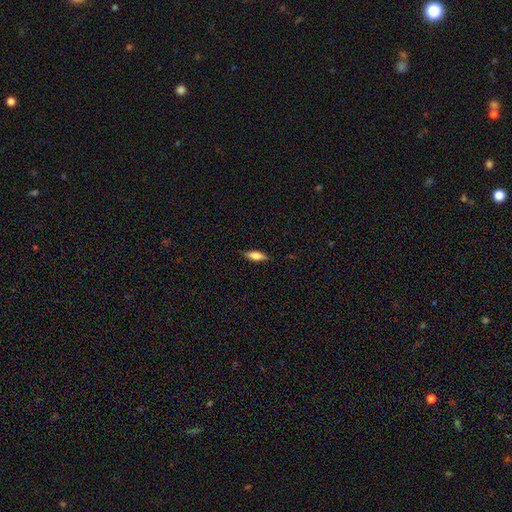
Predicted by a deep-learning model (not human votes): smooth-or-featured: smooth: 73% | featured or disk: 21% | star or artifact: 7%
  how-rounded: in between: 56% | cigar-shaped: 41% | round: 2%
  merging: none: 85% | minor disturbance: 12% | major disturbance: 2% | merger: 1%